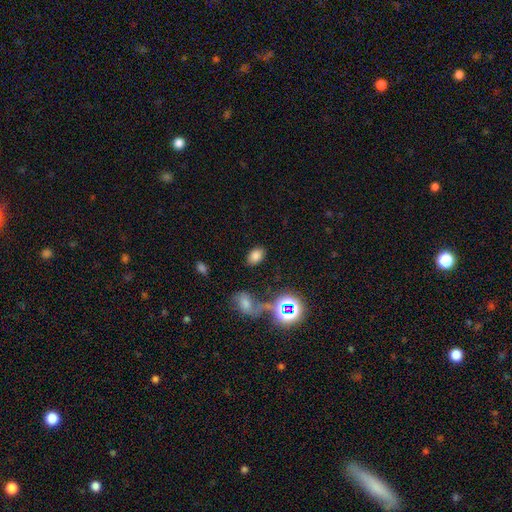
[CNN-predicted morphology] Smooth or featured: smooth — 76% (star or artifact — 17%)
How rounded: in between — 87% (round — 11%)
Merging: none — 83% (minor disturbance — 10%)